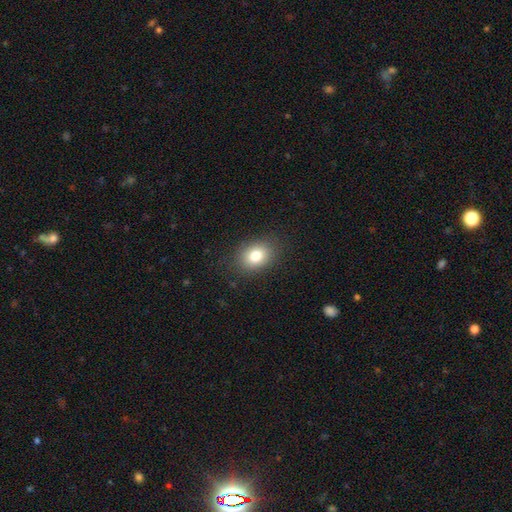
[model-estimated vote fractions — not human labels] A smooth galaxy with no disk features (80%) that is in between round and cigar-shaped (60%).

Vote fractions:
- Smooth or featured? smooth: 80% / star or artifact: 11% / featured or disk: 9%
- How rounded? in between: 60% / round: 39% / cigar-shaped: 1%
- Merging? none: 85% / minor disturbance: 10% / major disturbance: 4% / merger: 1%